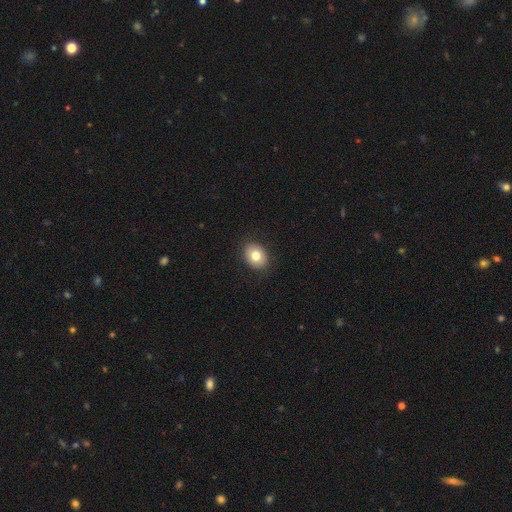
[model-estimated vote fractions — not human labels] Q: Smooth or featured?
A: smooth (79%); runner-up: featured or disk (12%)
Q: How rounded?
A: in between (61%); runner-up: round (39%)
Q: Merging?
A: none (89%); runner-up: minor disturbance (8%)